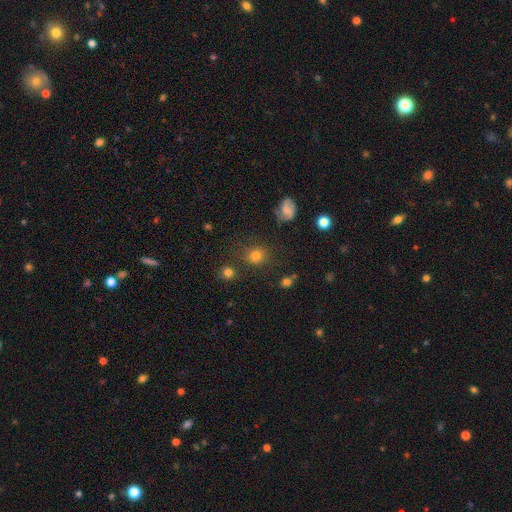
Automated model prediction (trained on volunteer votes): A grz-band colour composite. It shows a smooth galaxy with no disk features (77%) that is round (78%). Merging: none (77%).